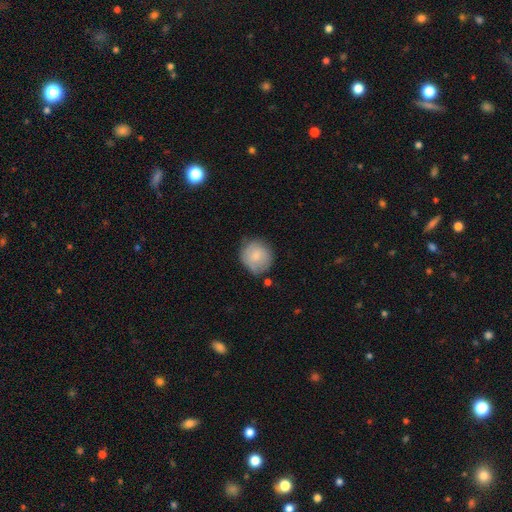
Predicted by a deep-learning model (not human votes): Smooth or featured? Predicted: smooth (p=0.75). How rounded? Predicted: round (p=0.86). Merging? Predicted: none (p=0.63).